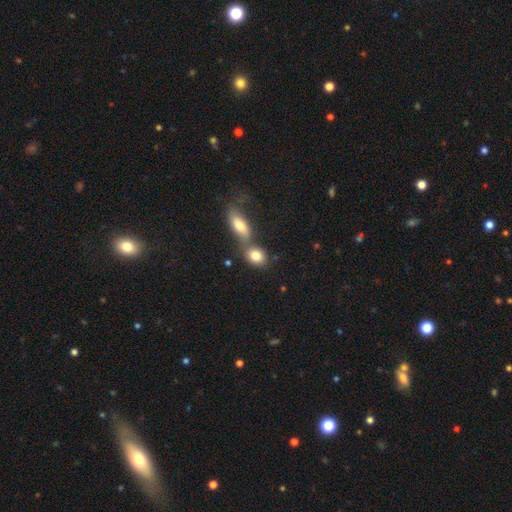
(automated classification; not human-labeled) Overall: smooth (81%). How rounded: in between (55%; round 42%). Merging: merger (47%; none 40%).